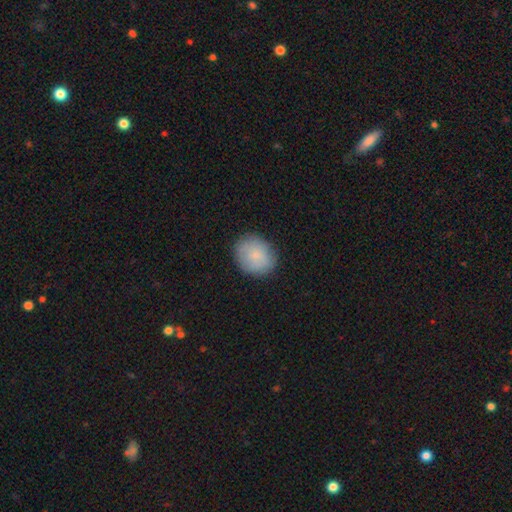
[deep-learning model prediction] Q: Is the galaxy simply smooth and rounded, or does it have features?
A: smooth — 80%.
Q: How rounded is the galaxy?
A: round — 62%.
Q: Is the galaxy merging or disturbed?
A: none — 83%.